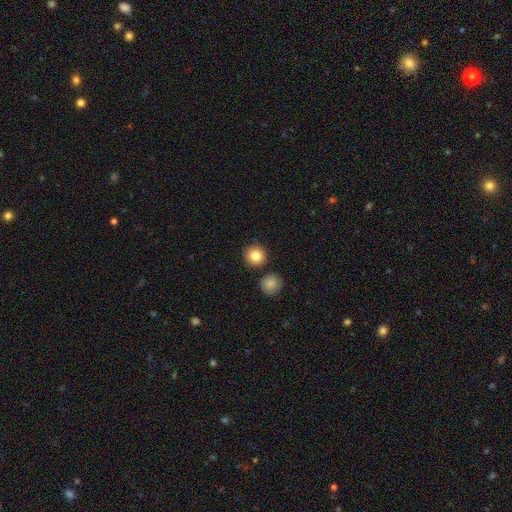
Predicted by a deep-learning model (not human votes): Morphology: type=smooth (83%); roundness=round (93%); merging=none (87%).